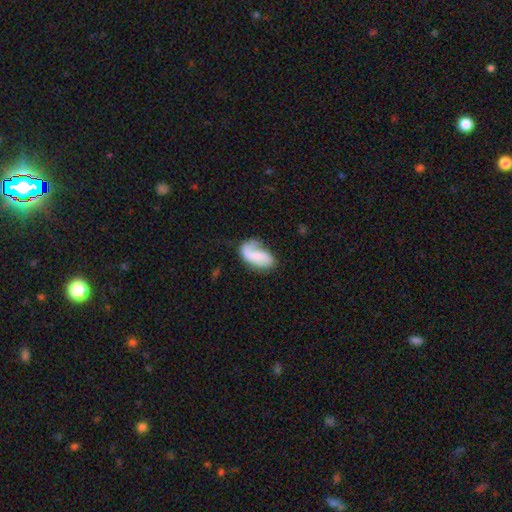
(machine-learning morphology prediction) Smooth or featured? smooth (47%)
Merging? none (43%)